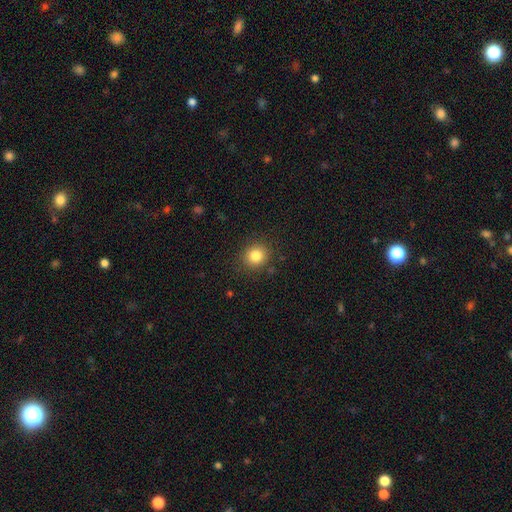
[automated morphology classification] Overall: smooth (82%). How rounded: round (86%). Merging: none (88%).